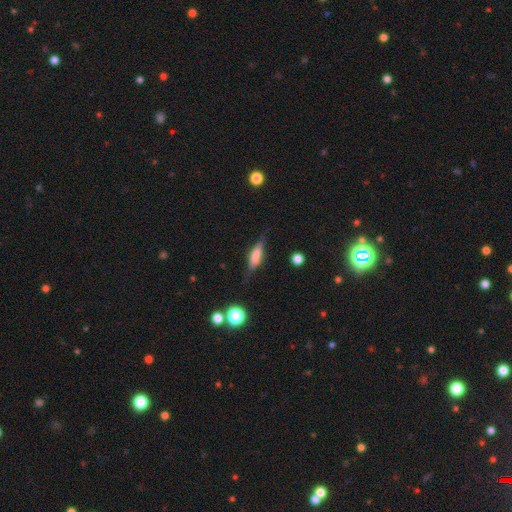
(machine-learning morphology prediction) This is possibly a smooth galaxy (50%). How rounded: likely cigar-shaped (62%). Merging: likely none (74%).